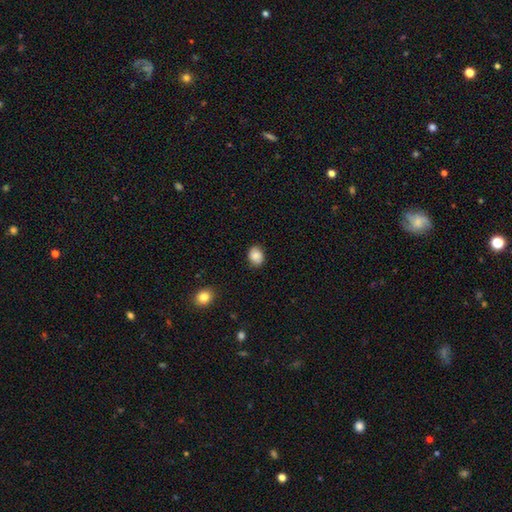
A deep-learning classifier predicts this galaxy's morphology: Smooth or featured? smooth (87%)
How rounded? in between (57%)
Merging? none (86%)